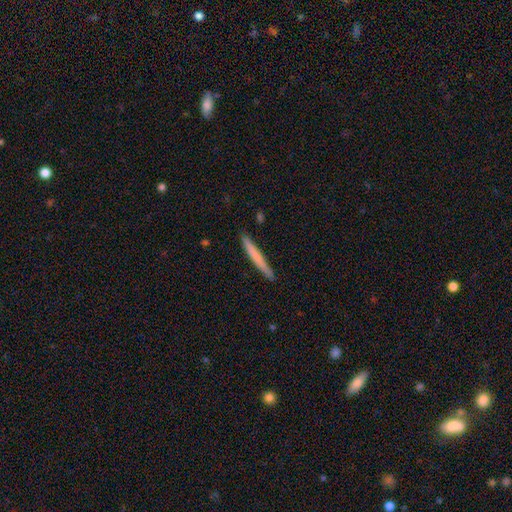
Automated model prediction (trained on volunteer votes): smooth-or-featured: smooth: 67% | featured or disk: 28% | star or artifact: 5%
  how-rounded: cigar-shaped: 97% | in between: 2% | round: 1%
  merging: none: 90% | minor disturbance: 8% | major disturbance: 1% | merger: 1%